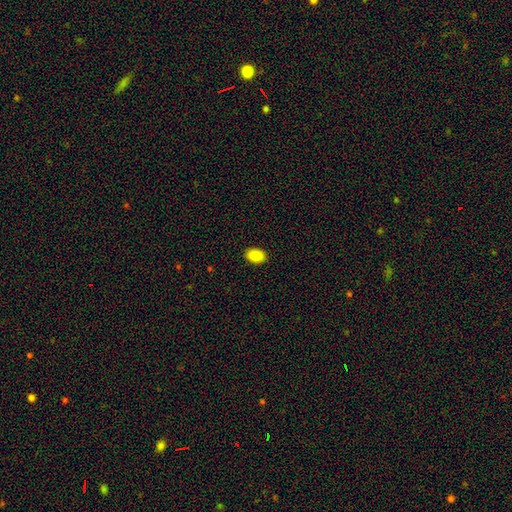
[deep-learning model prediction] smooth 89%, star or artifact 8%, featured or disk 3%. Down the decision tree: how rounded — in between (85%); merging — none (90%).